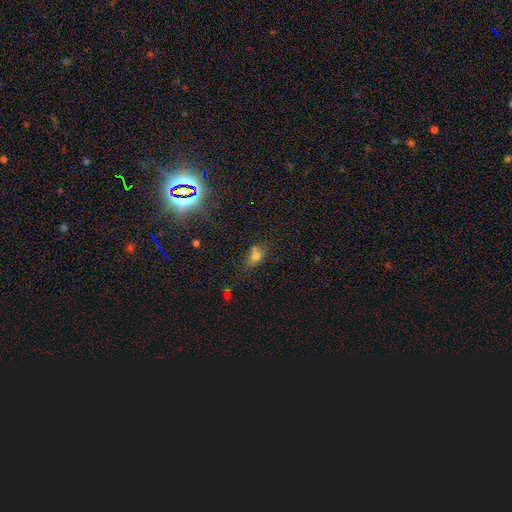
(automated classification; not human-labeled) Smooth or featured? smooth (69%)
How rounded? in between (64%)
Merging? none (51%)